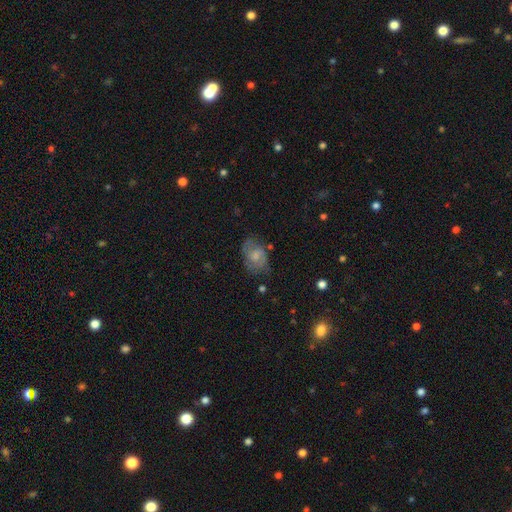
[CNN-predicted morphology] A featured or disk galaxy (46%). Merging: none (60%).